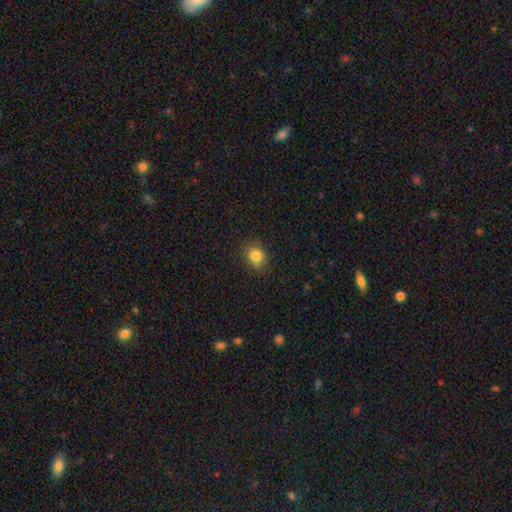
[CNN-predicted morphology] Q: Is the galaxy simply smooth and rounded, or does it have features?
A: smooth — 83%.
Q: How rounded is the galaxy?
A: round — 62%.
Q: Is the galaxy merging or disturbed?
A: none — 86%.